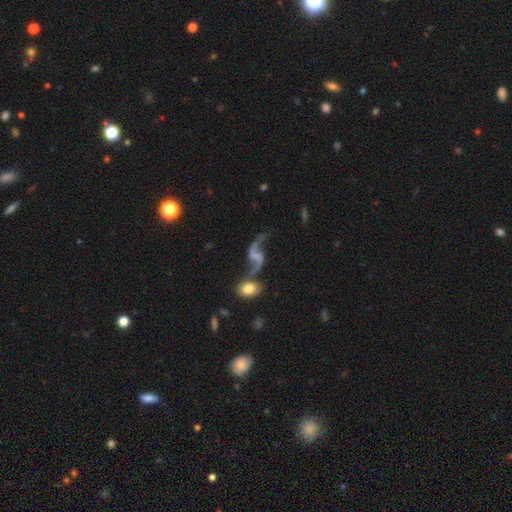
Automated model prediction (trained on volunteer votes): This is clearly a featured or disk galaxy (85%). It is clearly not viewed edge-on (97%). Bar: marginally no (41%). Spiral arm pattern: clearly yes (94%). Spiral arm count: clearly 2 (92%). Spiral winding: clearly loose (91%). Central bulge: likely none (60%). Merging: possibly none (54%).